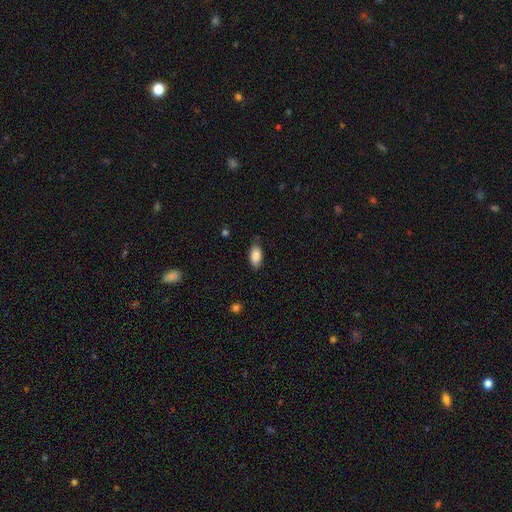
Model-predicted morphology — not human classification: Smooth or featured? smooth (86%)
How rounded? in between (90%)
Merging? none (77%)